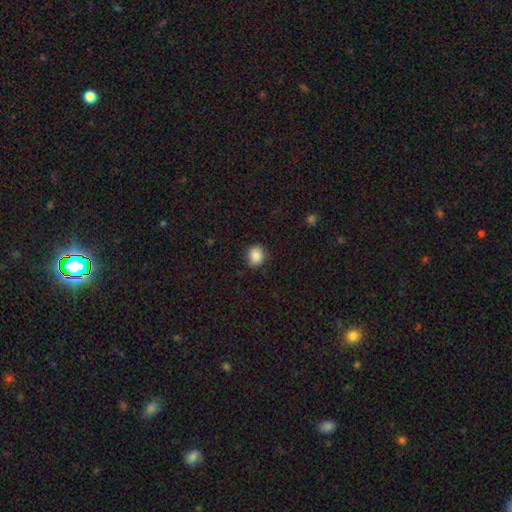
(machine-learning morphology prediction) Overall: smooth (86%). How rounded: round (66%; in between 33%). Merging: none (86%).